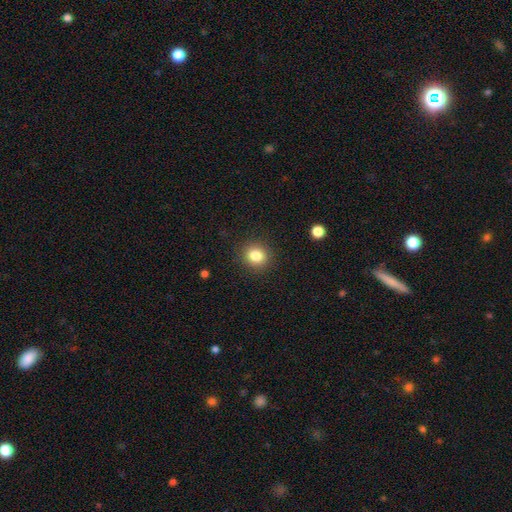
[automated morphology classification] Smooth or featured? Predicted: smooth (p=0.83). How rounded? Predicted: round (p=0.84). Merging? Predicted: none (p=0.90).